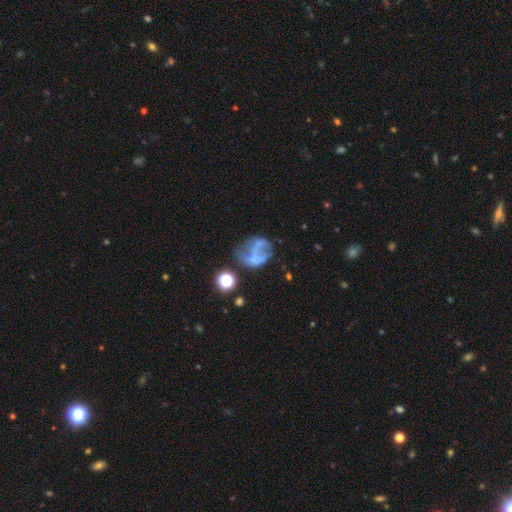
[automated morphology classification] Q: Smooth or featured?
A: featured or disk (49%); runner-up: smooth (36%)
Q: Merging?
A: major disturbance (33%); runner-up: none (32%)